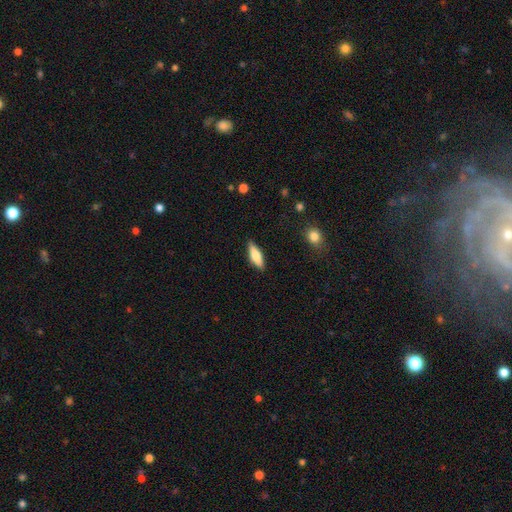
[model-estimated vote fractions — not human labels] This appears to be a smooth galaxy with no disk features (69%) that is in between round and cigar-shaped (51%). Merging: none (86%).